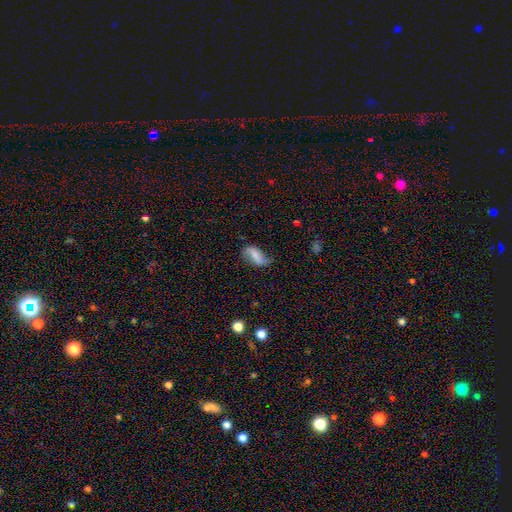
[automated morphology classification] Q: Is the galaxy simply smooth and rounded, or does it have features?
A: featured or disk — 52%.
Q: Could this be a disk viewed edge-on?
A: no — 94%.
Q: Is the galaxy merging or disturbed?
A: none — 61%.